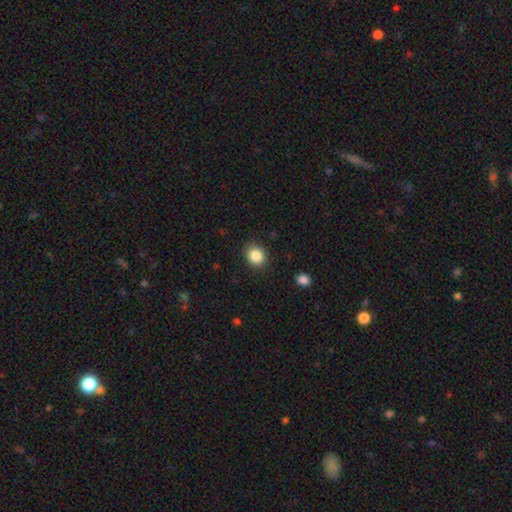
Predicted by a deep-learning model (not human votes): smooth_or_featured: smooth (p=0.86) [alt: star or artifact p=0.09]
how_rounded: round (p=0.68) [alt: in between p=0.31]
merging: none (p=0.87) [alt: minor disturbance p=0.09]